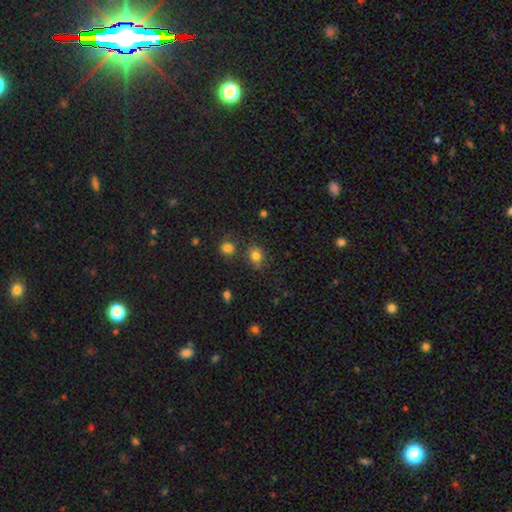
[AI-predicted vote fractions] The model was most divided on "how rounded": round: 53%, in between: 46%, cigar-shaped: 1%. More confident: smooth or featured — smooth (81%); merging — none (74%).